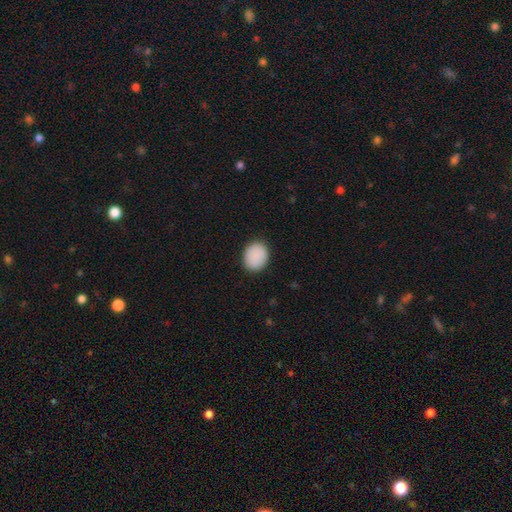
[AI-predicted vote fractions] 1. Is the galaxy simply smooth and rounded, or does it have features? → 89% smooth, 8% star or artifact, 3% featured or disk.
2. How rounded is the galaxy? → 53% round, 47% in between, 1% cigar-shaped.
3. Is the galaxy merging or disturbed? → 87% none, 9% minor disturbance, 2% major disturbance, 1% merger.